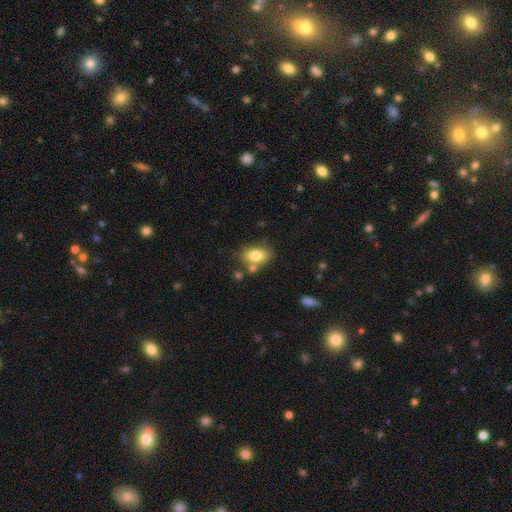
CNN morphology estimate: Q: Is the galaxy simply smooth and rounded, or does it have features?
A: smooth — 78%.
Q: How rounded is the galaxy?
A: in between — 86%.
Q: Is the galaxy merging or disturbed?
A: none — 66%.